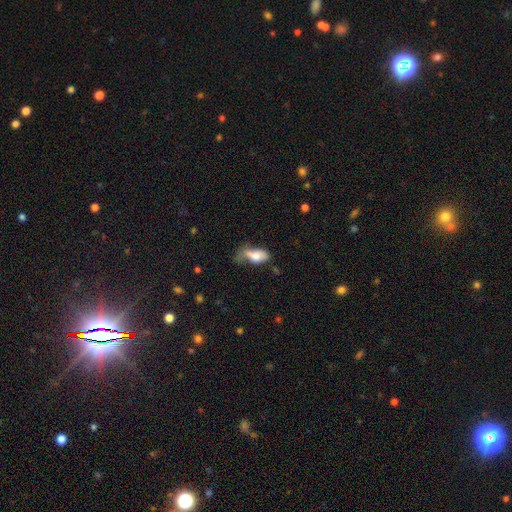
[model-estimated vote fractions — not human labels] A smooth galaxy with no disk features (69%) that is in between round and cigar-shaped (86%). Merging: major disturbance (34%).